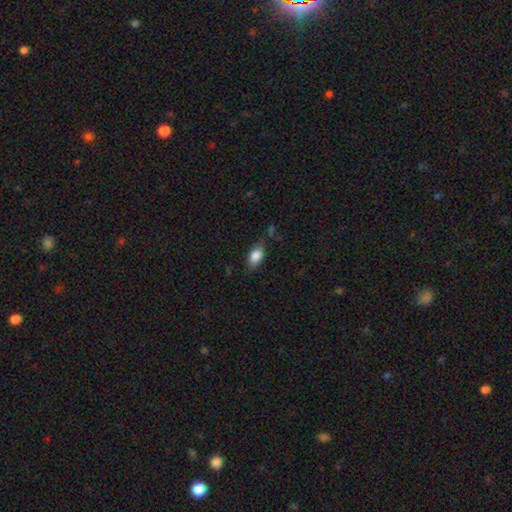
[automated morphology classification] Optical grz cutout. It shows a smooth galaxy with no disk features (85%) that is in between round and cigar-shaped (88%). Merging: none (72%).